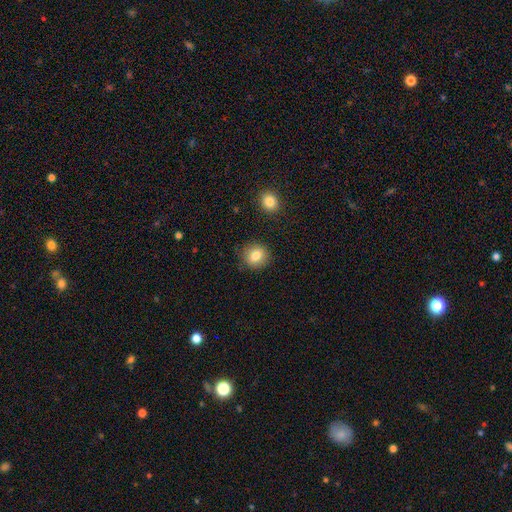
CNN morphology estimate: Overall: smooth (81%). How rounded: round (83%). Merging: none (85%).